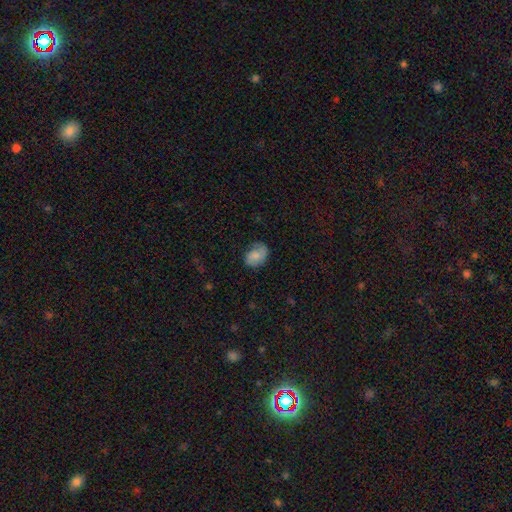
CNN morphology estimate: Smooth or featured: smooth — 73% (featured or disk — 19%)
How rounded: in between — 69% (round — 30%)
Merging: none — 61% (minor disturbance — 27%)